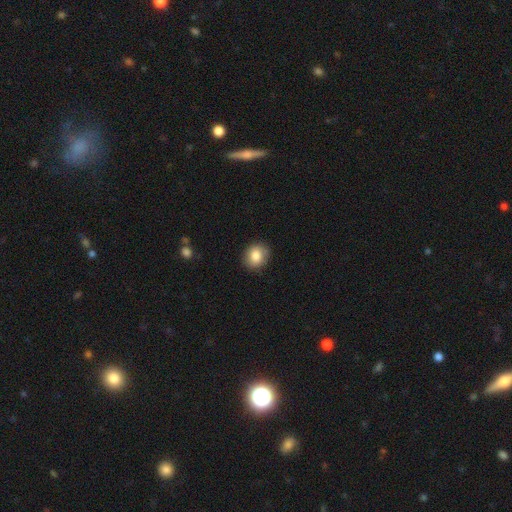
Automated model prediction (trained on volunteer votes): smooth-or-featured: smooth: 84% | star or artifact: 8% | featured or disk: 8%
  how-rounded: round: 70% | in between: 29% | cigar-shaped: 1%
  merging: none: 85% | minor disturbance: 12% | major disturbance: 3% | merger: 1%